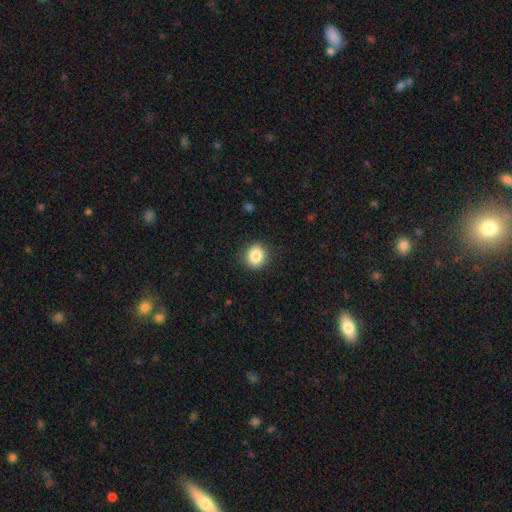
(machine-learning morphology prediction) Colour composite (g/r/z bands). It shows a smooth galaxy with no disk features (86%) that is round (78%). Merging: none (89%).